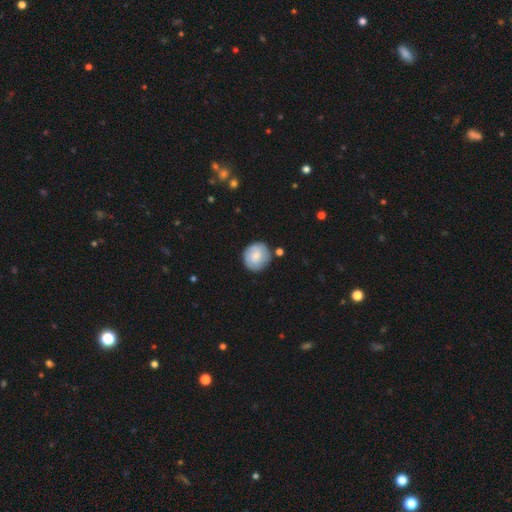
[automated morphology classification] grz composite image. It shows a smooth galaxy with no disk features (66%) that is round (87%). Merging: none (79%).